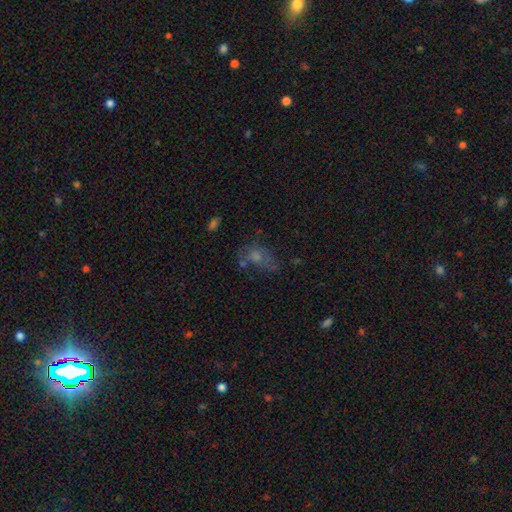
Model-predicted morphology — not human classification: Overall: smooth (47%; featured or disk 27%). Merging: none (41%; major disturbance 22%).